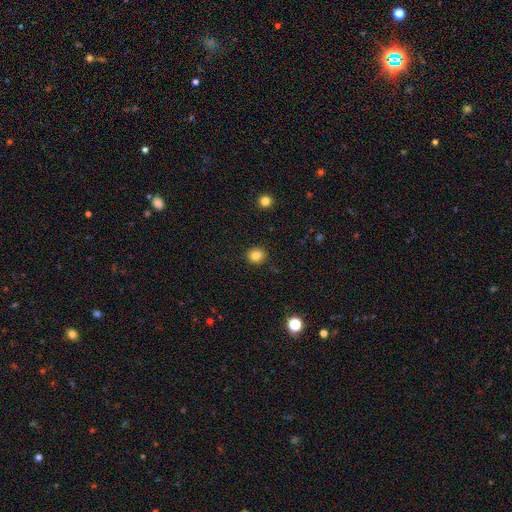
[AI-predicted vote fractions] smooth-or-featured: smooth: 83% | star or artifact: 11% | featured or disk: 5%
  how-rounded: round: 73% | in between: 26% | cigar-shaped: 1%
  merging: none: 89% | minor disturbance: 8% | major disturbance: 2% | merger: 1%